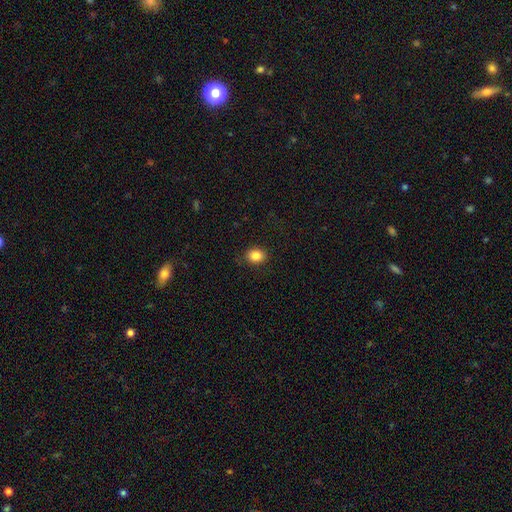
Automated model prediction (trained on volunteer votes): Smooth or featured: smooth — 86% (star or artifact — 10%)
How rounded: in between — 53% (round — 46%)
Merging: none — 86% (minor disturbance — 11%)